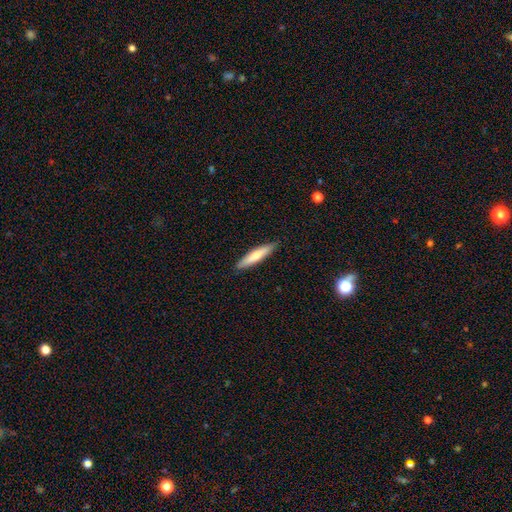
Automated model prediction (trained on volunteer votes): smooth_or_featured: smooth (p=0.65) [alt: featured or disk p=0.30]
how_rounded: cigar-shaped (p=0.87) [alt: in between p=0.12]
merging: none (p=0.90) [alt: minor disturbance p=0.08]